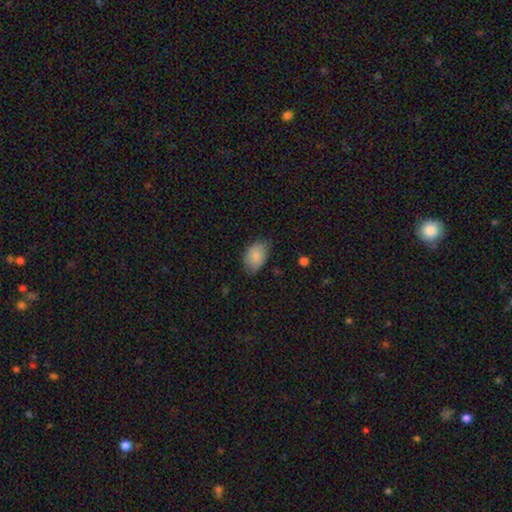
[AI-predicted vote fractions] Q: Smooth or featured?
A: smooth (86%); runner-up: star or artifact (7%)
Q: How rounded?
A: in between (87%); runner-up: round (12%)
Q: Merging?
A: none (72%); runner-up: minor disturbance (23%)